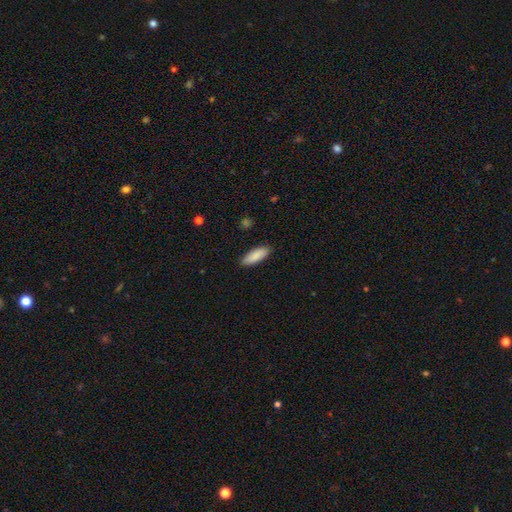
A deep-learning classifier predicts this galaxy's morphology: smooth-or-featured: smooth: 88% | featured or disk: 7% | star or artifact: 6%
  how-rounded: in between: 65% | cigar-shaped: 34% | round: 2%
  merging: none: 89% | minor disturbance: 9% | major disturbance: 2% | merger: 1%